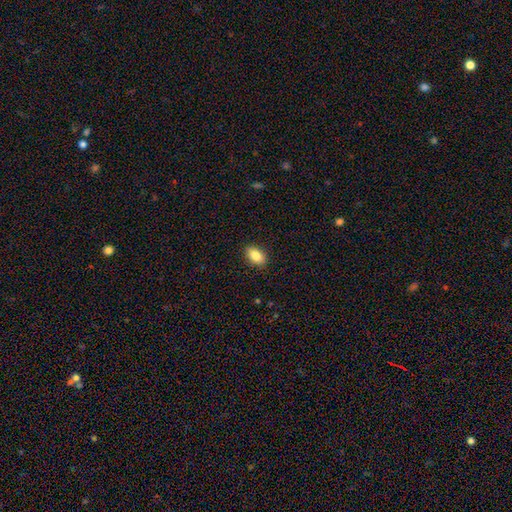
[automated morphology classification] type=smooth (86%); roundness=in between (90%); merging=none (89%).